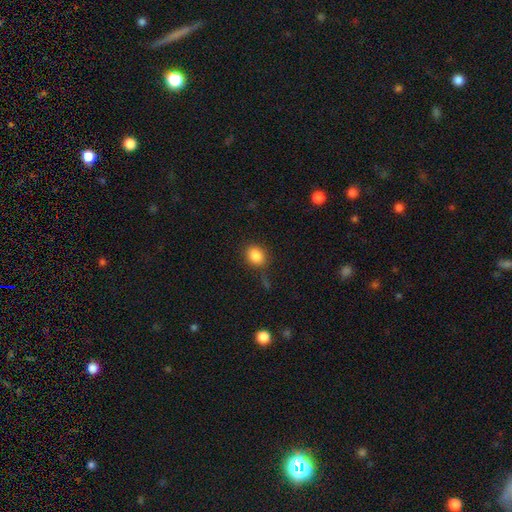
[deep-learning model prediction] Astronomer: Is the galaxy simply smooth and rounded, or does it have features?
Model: smooth — 86%.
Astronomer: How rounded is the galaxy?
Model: round — 55% (runner-up: in between, 44%).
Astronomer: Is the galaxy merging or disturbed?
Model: none — 80%.